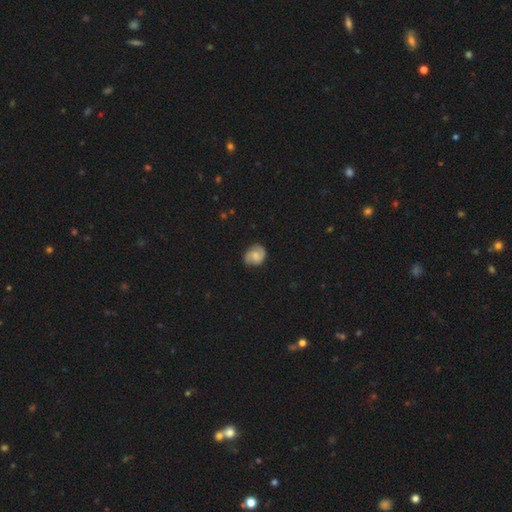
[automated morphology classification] smooth-or-featured: featured or disk: 56% | smooth: 36% | star or artifact: 8%
  disk-edge-on: no: 98% | yes: 2%
    bar: no: 51% | weak: 42% | strong: 7%
    has-spiral-arms: yes: 92% | no: 8%
      spiral-winding: medium: 46% | tight: 33% | loose: 21%
      spiral-arm-count: 2: 85% | can't tell: 8% | 1: 3% | 3: 2% | 4: 1% | more than 4: 1%
    bulge-size: moderate: 39% | small: 34% | none: 18% | large: 7% | dominant: 1%
  merging: none: 78% | minor disturbance: 17% | major disturbance: 4% | merger: 1%